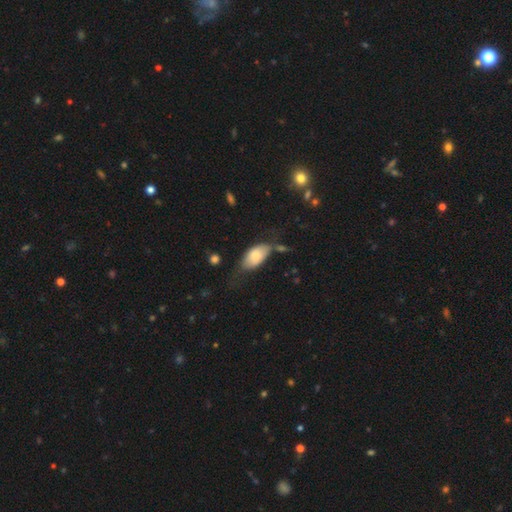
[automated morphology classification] smooth 73%, featured or disk 21%, star or artifact 7%. Down the decision tree: how rounded — in between (93%); merging — none (45%).